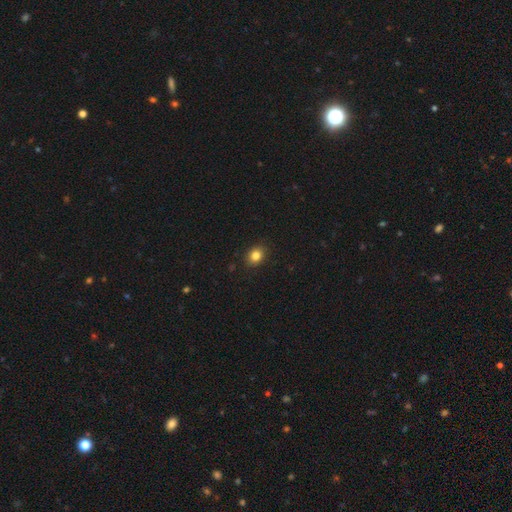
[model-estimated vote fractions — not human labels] Smooth or featured? smooth (83%)
How rounded? round (53%)
Merging? none (90%)